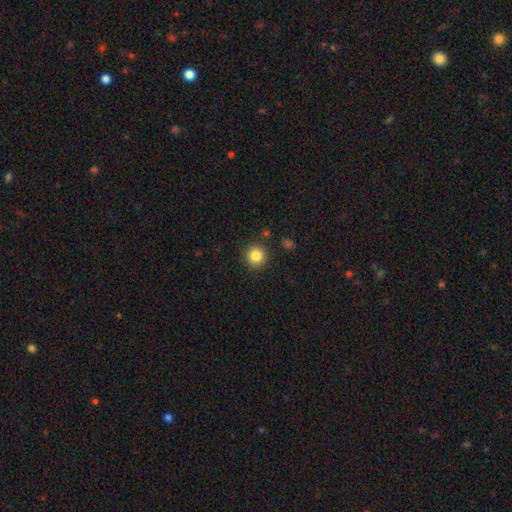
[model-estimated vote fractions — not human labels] Q: Smooth or featured?
A: smooth (84%); runner-up: star or artifact (11%)
Q: How rounded?
A: round (94%); runner-up: in between (5%)
Q: Merging?
A: none (89%); runner-up: minor disturbance (7%)